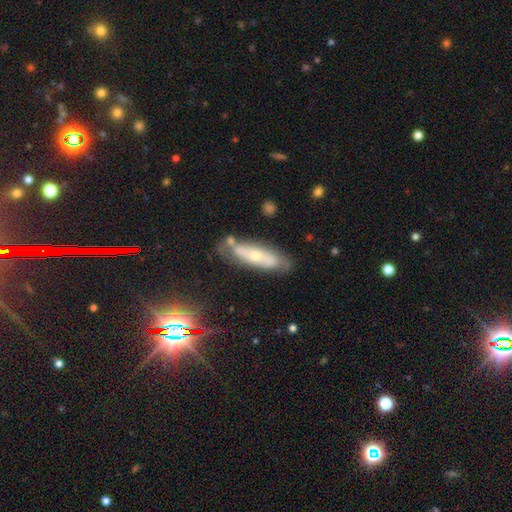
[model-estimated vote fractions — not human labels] Smooth or featured?
  - featured or disk: 57% *
  - smooth: 34%
  - star or artifact: 8%
Edge-on disk?
  - no: 65% *
  - yes: 35%
Merging?
  - none: 66% *
  - minor disturbance: 20%
  - merger: 8%
  - major disturbance: 6%